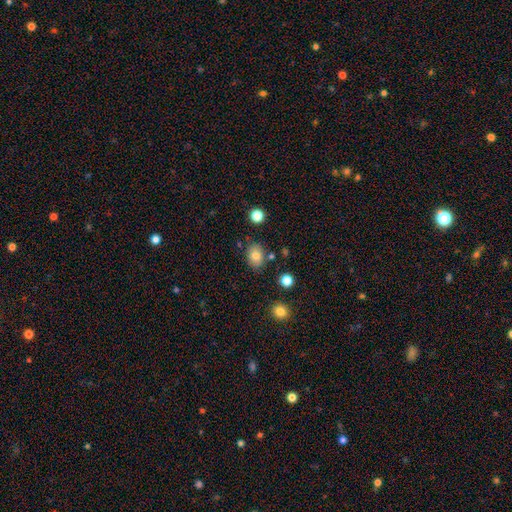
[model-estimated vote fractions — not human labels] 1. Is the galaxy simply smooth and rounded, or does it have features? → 81% smooth, 10% star or artifact, 9% featured or disk.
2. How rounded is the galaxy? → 62% in between, 37% round, 1% cigar-shaped.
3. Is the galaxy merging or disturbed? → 79% none, 13% minor disturbance, 5% merger, 3% major disturbance.